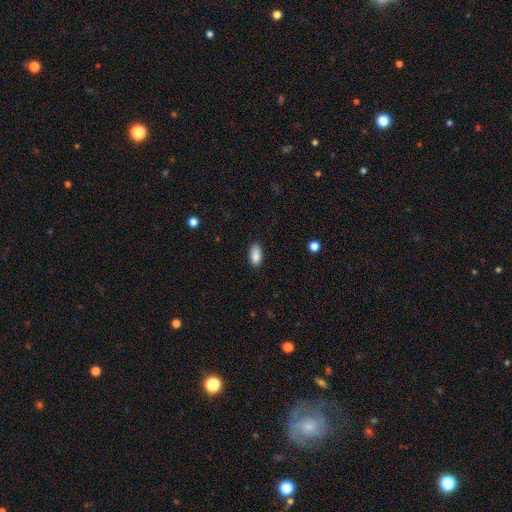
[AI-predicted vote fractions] The model was most divided on "merging": none: 84%, minor disturbance: 13%, major disturbance: 2%, merger: 1%. More confident: how rounded — in between (91%); smooth or featured — smooth (87%).